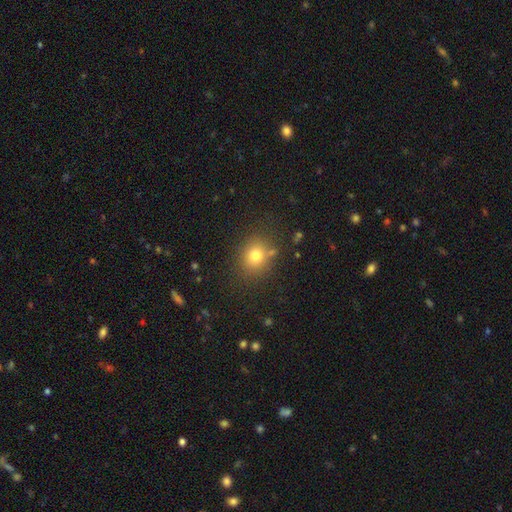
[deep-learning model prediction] Q: Smooth or featured?
A: smooth (76%); runner-up: star or artifact (15%)
Q: How rounded?
A: round (70%); runner-up: in between (29%)
Q: Merging?
A: none (77%); runner-up: minor disturbance (12%)